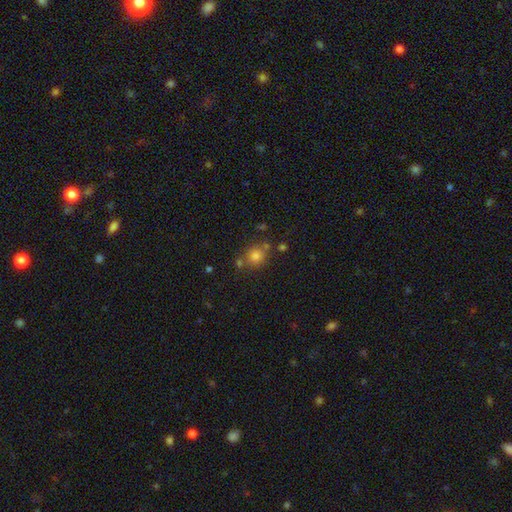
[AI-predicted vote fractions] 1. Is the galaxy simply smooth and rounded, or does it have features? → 78% smooth, 15% star or artifact, 7% featured or disk.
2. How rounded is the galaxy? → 85% round, 14% in between, 1% cigar-shaped.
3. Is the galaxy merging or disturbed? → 70% none, 15% merger, 11% minor disturbance, 4% major disturbance.